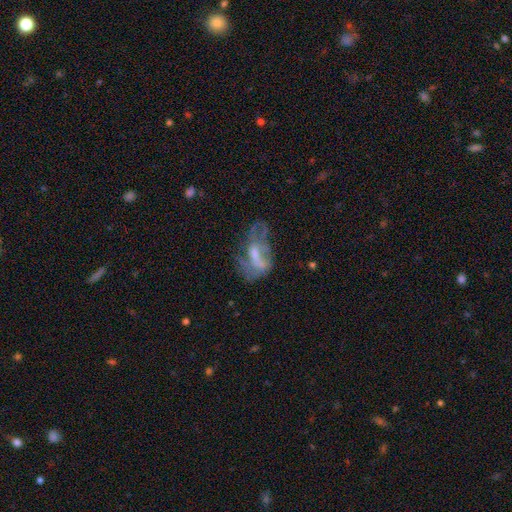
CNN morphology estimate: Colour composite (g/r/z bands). It shows a featured or disk galaxy (58%) with no bar (55%), no spiral arms (68%) and a moderate central bulge (38%). Merging: major disturbance (39%).